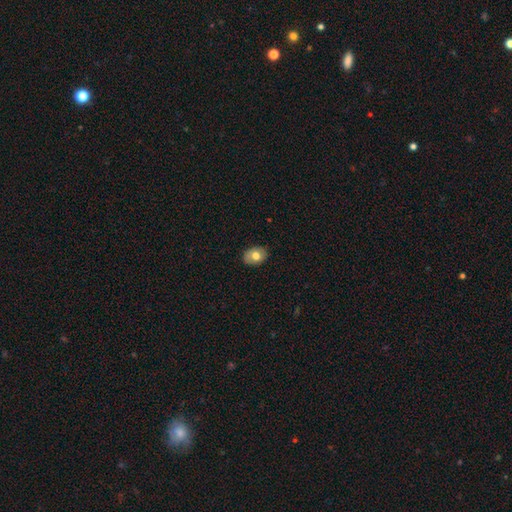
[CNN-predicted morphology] Q: Smooth or featured?
A: smooth (71%); runner-up: featured or disk (21%)
Q: How rounded?
A: in between (74%); runner-up: round (25%)
Q: Merging?
A: none (86%); runner-up: minor disturbance (11%)